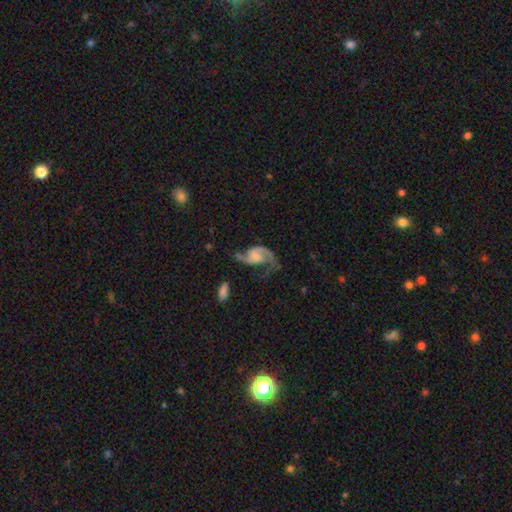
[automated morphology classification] A featured or disk galaxy (86%) with no bar (55%), 2 (88%) loose (60%) spiral arms (96%) and no central bulge (38%). Merging: none (52%).